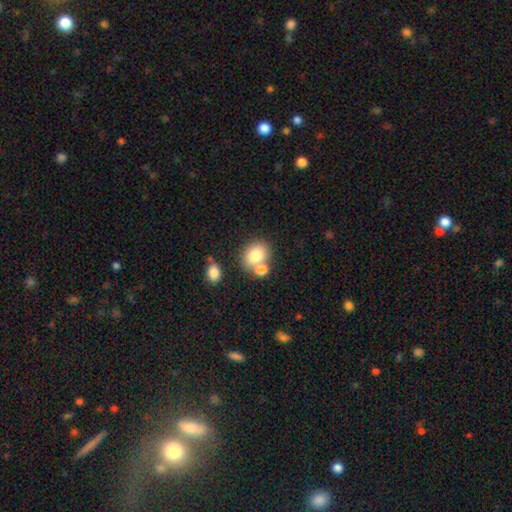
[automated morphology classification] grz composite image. It shows a smooth galaxy with no disk features (77%) that is round (58%). Merging: none (51%).